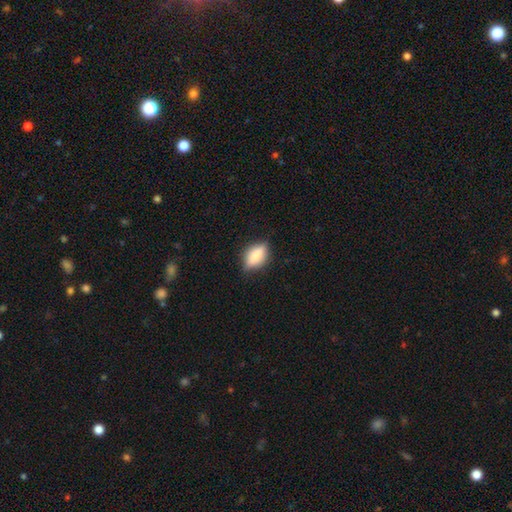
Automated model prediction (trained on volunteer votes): A smooth galaxy with no disk features (69%) that is in between round and cigar-shaped (80%). Merging: none (78%).